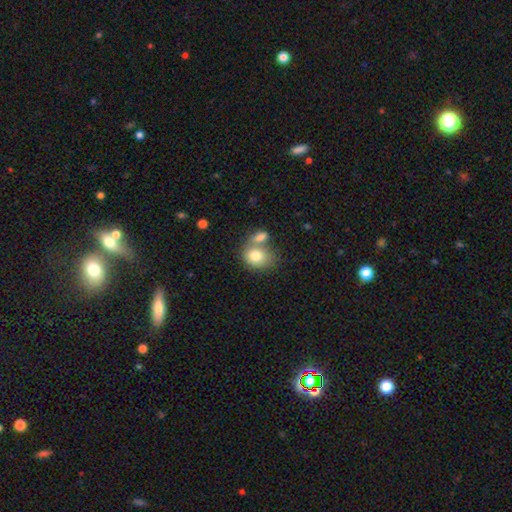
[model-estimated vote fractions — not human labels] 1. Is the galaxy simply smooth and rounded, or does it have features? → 78% smooth, 14% featured or disk, 8% star or artifact.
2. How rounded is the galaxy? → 50% in between, 49% round, 1% cigar-shaped.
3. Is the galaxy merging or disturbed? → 51% merger, 32% none, 12% minor disturbance, 5% major disturbance.